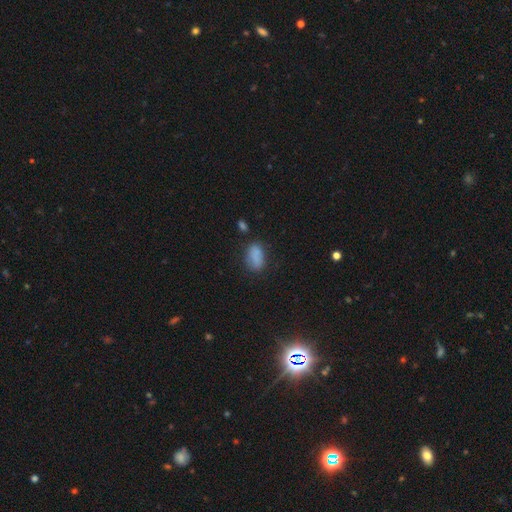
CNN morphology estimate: type=smooth (80%); roundness=in between (88%); merging=none (60%).